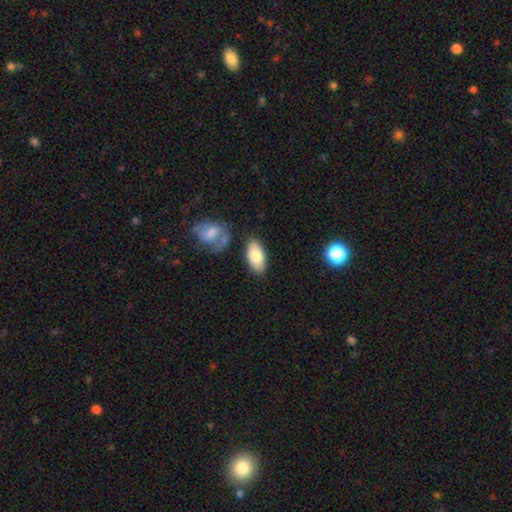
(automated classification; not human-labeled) Smooth or featured: smooth — 78% (featured or disk — 16%)
How rounded: in between — 92% (cigar-shaped — 5%)
Merging: none — 77% (minor disturbance — 13%)